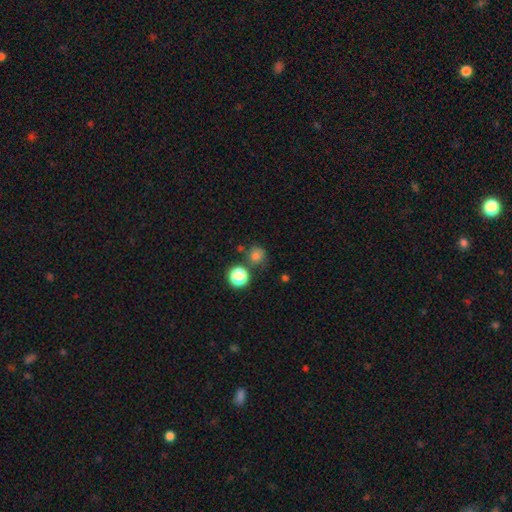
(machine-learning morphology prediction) A smooth galaxy with no disk features (75%) that is round (87%).

Vote fractions:
- Smooth or featured? smooth: 75% / star or artifact: 18% / featured or disk: 7%
- How rounded? round: 87% / in between: 12% / cigar-shaped: 1%
- Merging? none: 67% / minor disturbance: 14% / merger: 13% / major disturbance: 6%